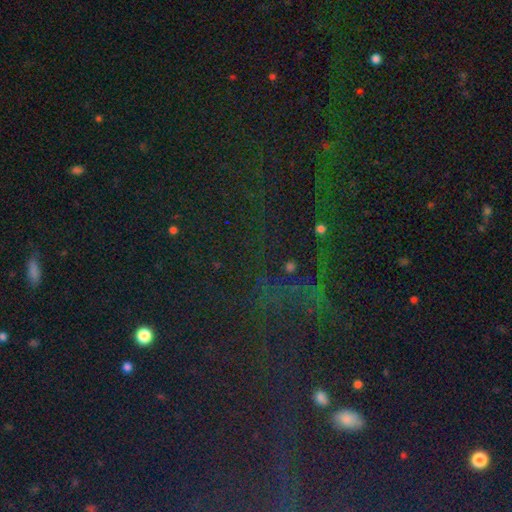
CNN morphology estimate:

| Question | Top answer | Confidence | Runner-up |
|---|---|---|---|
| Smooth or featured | star or artifact | 77% | smooth (13%) |